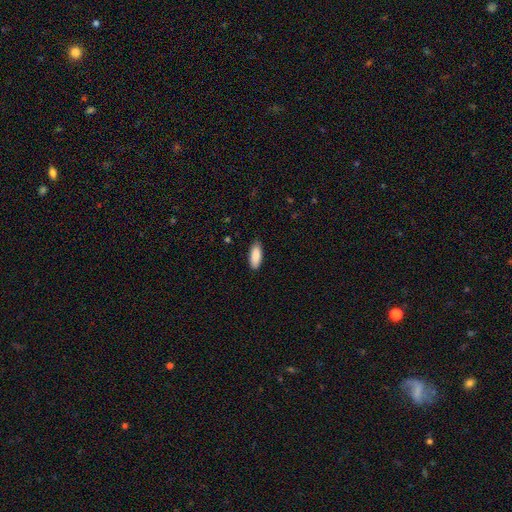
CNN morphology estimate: Smooth or featured?
  - smooth: 89% *
  - star or artifact: 6%
  - featured or disk: 5%
How rounded?
  - in between: 79% *
  - cigar-shaped: 20%
  - round: 2%
Merging?
  - none: 83% *
  - minor disturbance: 13%
  - major disturbance: 2%
  - merger: 1%